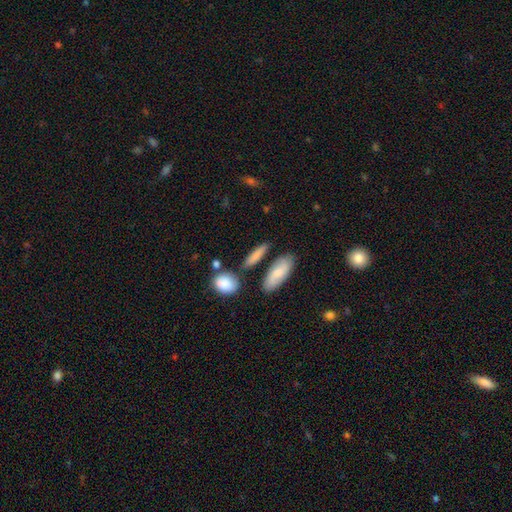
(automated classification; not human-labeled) Smooth or featured: smooth — 76% (featured or disk — 16%)
How rounded: cigar-shaped — 48% (in between — 44%)
Merging: none — 75% (minor disturbance — 13%)